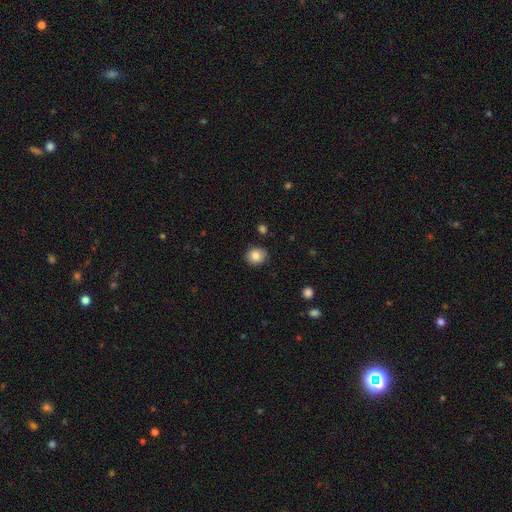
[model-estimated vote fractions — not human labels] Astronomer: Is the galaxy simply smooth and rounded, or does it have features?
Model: smooth — 85%.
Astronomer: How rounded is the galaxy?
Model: round — 81%.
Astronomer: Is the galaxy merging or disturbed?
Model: none — 86%.